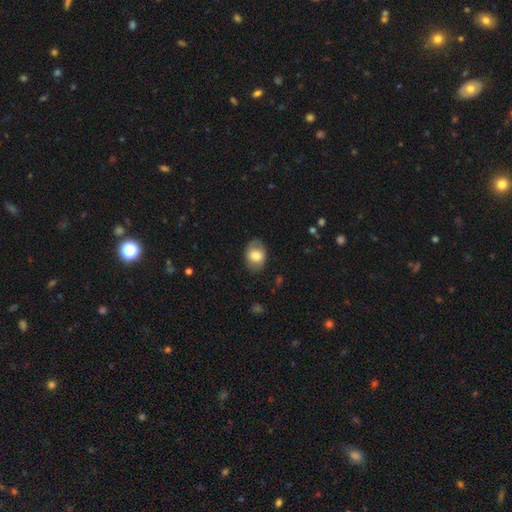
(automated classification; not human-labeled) Smooth or featured? Predicted: smooth (p=0.73). How rounded? Predicted: in between (p=0.74). Merging? Predicted: none (p=0.78).